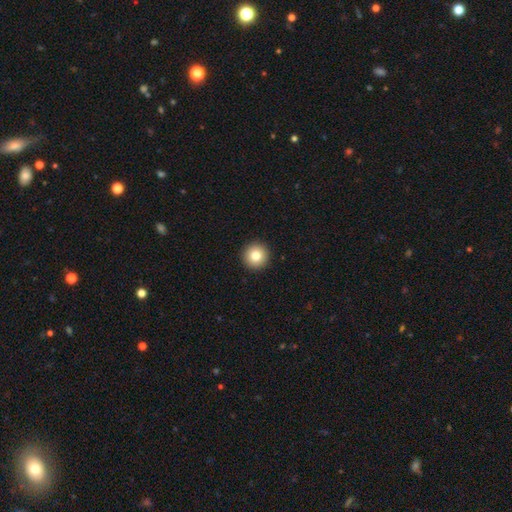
Volunteers were most divided on "smooth or featured": smooth: 85%, featured or disk: 8%, star or artifact: 8%. More confident: merging — none (97%); how rounded — round (94%).